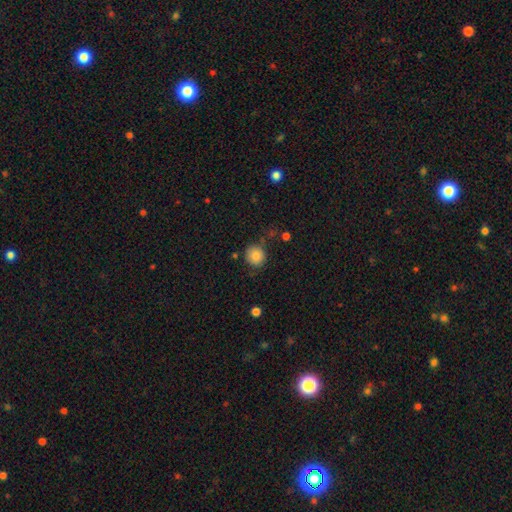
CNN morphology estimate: Smooth or featured?
  - smooth: 84% *
  - star or artifact: 10%
  - featured or disk: 6%
How rounded?
  - round: 88% *
  - in between: 11%
  - cigar-shaped: 1%
Merging?
  - none: 79% *
  - minor disturbance: 14%
  - major disturbance: 4%
  - merger: 3%